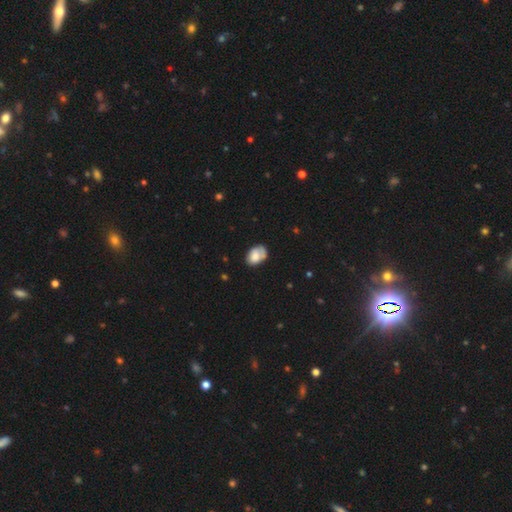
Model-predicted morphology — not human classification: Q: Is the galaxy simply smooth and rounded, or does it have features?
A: smooth — 69%.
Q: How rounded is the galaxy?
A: in between — 83%.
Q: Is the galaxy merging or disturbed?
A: none — 51%.